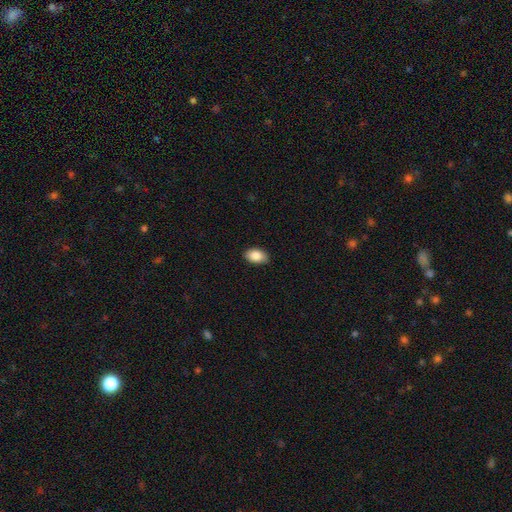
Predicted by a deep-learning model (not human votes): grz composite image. It shows a smooth galaxy with no disk features (87%) that is in between round and cigar-shaped (89%). Merging: none (84%).